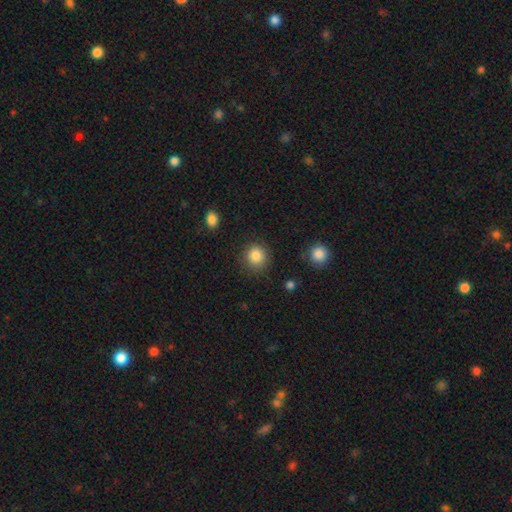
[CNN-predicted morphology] Smooth or featured? smooth (85%)
How rounded? round (90%)
Merging? none (88%)